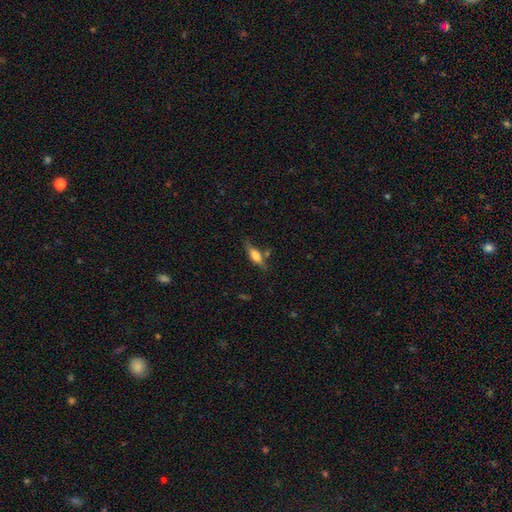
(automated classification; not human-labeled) smooth_or_featured: smooth (p=0.62) [alt: featured or disk p=0.30]
how_rounded: in between (p=0.54) [alt: cigar-shaped p=0.43]
merging: none (p=0.66) [alt: minor disturbance p=0.21]